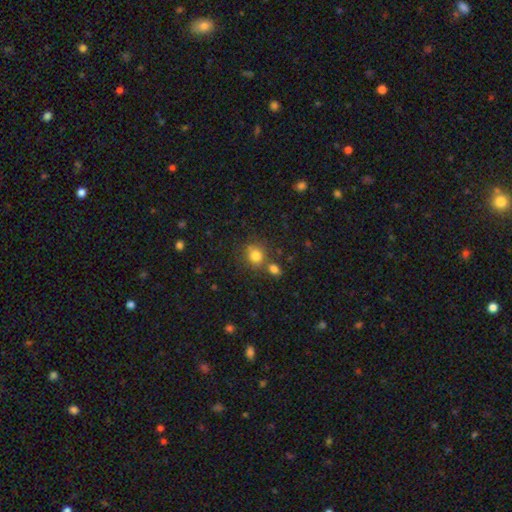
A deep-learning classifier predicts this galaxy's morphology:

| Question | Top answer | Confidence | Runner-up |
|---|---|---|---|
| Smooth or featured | smooth | 79% | star or artifact (14%) |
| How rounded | round | 82% | in between (17%) |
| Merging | none | 65% | merger (21%) |